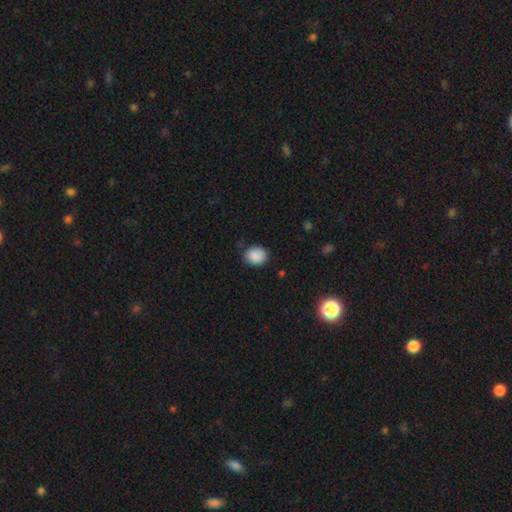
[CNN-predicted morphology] Q: Smooth or featured?
A: smooth (89%); runner-up: star or artifact (8%)
Q: How rounded?
A: round (63%); runner-up: in between (36%)
Q: Merging?
A: none (83%); runner-up: minor disturbance (13%)